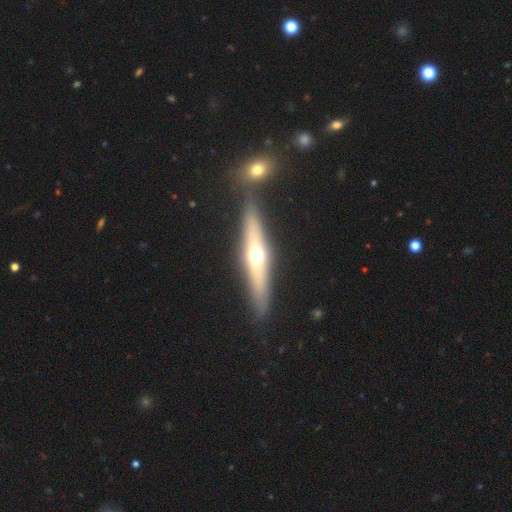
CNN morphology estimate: Q: Smooth or featured?
A: featured or disk (58%); runner-up: smooth (35%)
Q: Edge-on disk?
A: yes (88%); runner-up: no (12%)
Q: Edge-on bulge?
A: rounded (91%); runner-up: none (6%)
Q: Merging?
A: none (81%); runner-up: minor disturbance (10%)